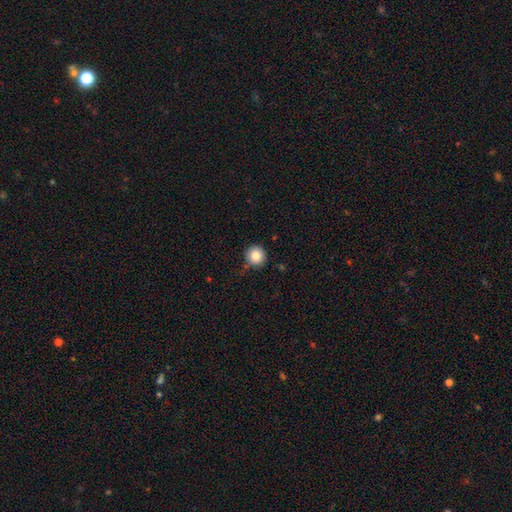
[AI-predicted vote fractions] Overall: smooth (84%). How rounded: round (95%). Merging: none (85%).